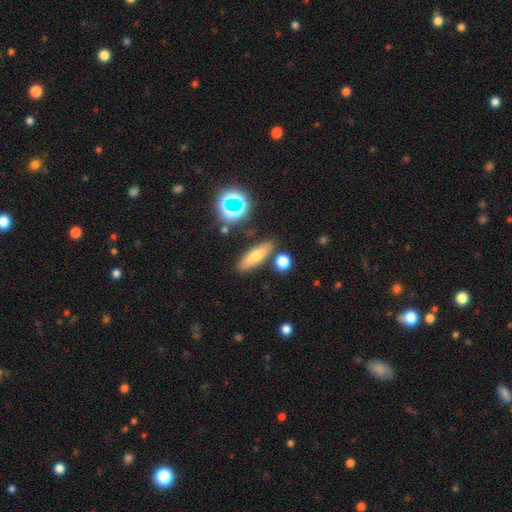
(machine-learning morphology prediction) Smooth or featured? Predicted: smooth (p=0.66). How rounded? Predicted: cigar-shaped (p=0.55). Merging? Predicted: none (p=0.81).